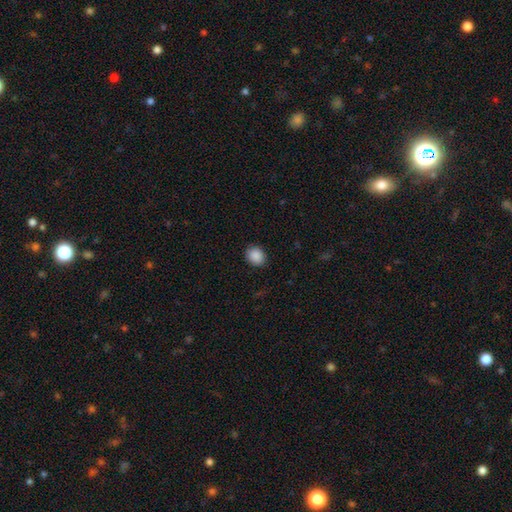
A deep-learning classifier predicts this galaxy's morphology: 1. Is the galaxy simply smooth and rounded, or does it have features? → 89% smooth, 8% star or artifact, 3% featured or disk.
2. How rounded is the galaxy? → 62% round, 37% in between, 1% cigar-shaped.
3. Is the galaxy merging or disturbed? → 89% none, 8% minor disturbance, 2% major disturbance, 1% merger.